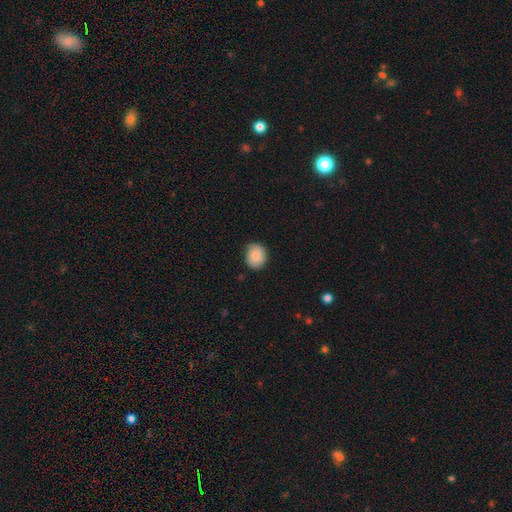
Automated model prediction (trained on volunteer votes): Q: Smooth or featured?
A: smooth (83%); runner-up: featured or disk (10%)
Q: How rounded?
A: round (65%); runner-up: in between (34%)
Q: Merging?
A: none (81%); runner-up: minor disturbance (15%)